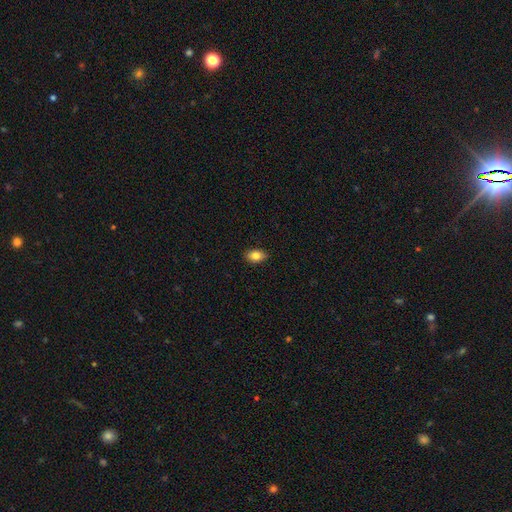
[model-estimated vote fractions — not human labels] A smooth galaxy with no disk features (84%) that is in between round and cigar-shaped (86%). Merging: none (88%).